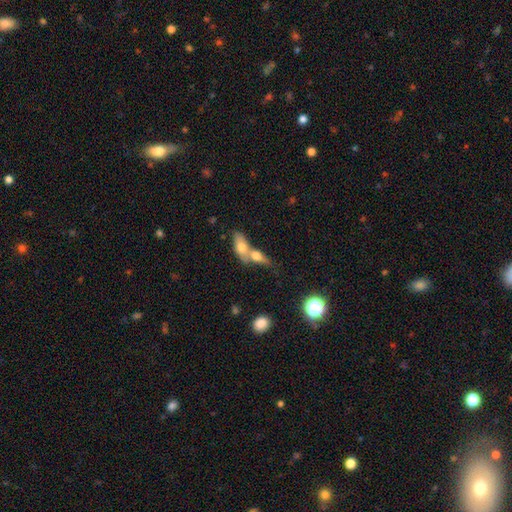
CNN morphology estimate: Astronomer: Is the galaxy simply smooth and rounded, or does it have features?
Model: smooth — 63%.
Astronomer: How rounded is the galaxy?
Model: in between — 66%.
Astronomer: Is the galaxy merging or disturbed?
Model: merger — 67%.